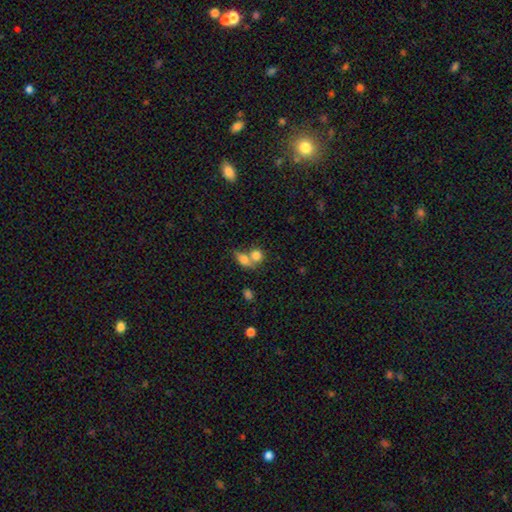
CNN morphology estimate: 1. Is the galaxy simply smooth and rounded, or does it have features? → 79% smooth, 11% featured or disk, 9% star or artifact.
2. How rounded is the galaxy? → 57% round, 40% in between, 3% cigar-shaped.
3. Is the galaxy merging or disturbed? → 58% merger, 31% none, 7% minor disturbance, 4% major disturbance.